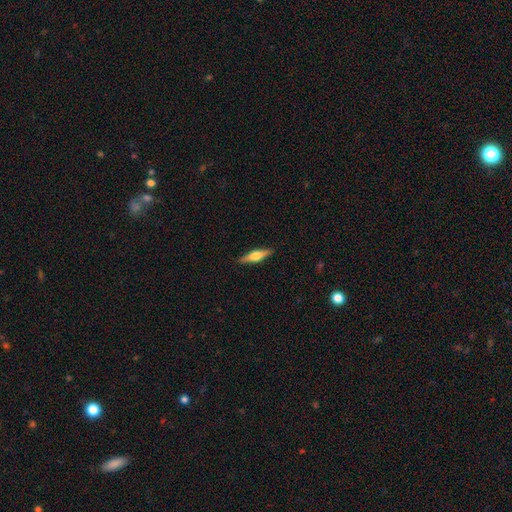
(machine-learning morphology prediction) smooth-or-featured: featured or disk: 58% | smooth: 36% | star or artifact: 6%
  disk-edge-on: yes: 96% | no: 4%
    edge-on-bulge: rounded: 89% | boxy: 9% | none: 3%
  merging: none: 89% | minor disturbance: 8% | major disturbance: 2% | merger: 1%